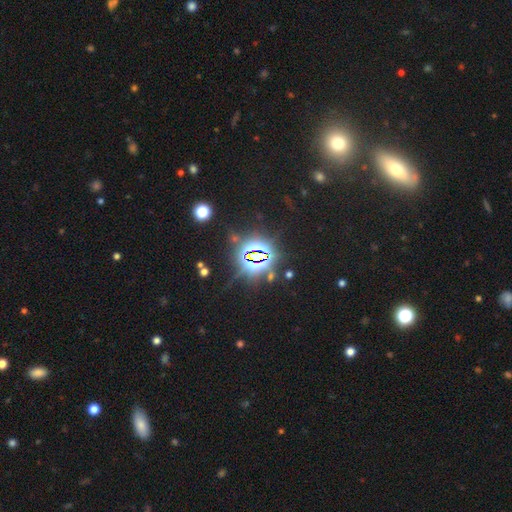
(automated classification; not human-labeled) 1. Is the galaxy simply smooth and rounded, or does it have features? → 81% star or artifact, 11% smooth, 8% featured or disk.